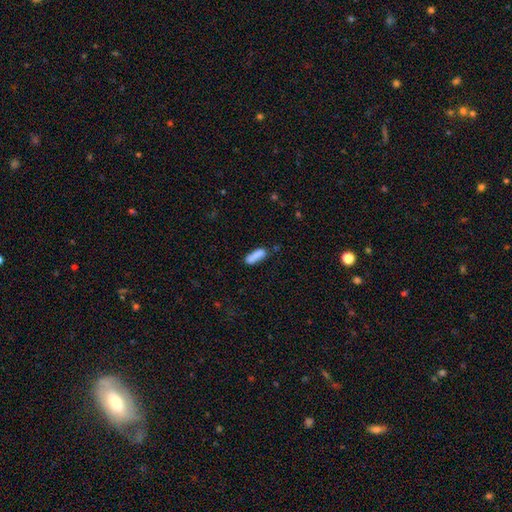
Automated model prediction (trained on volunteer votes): A smooth galaxy with no disk features (83%) that is cigar-shaped (51%). Merging: none (69%).